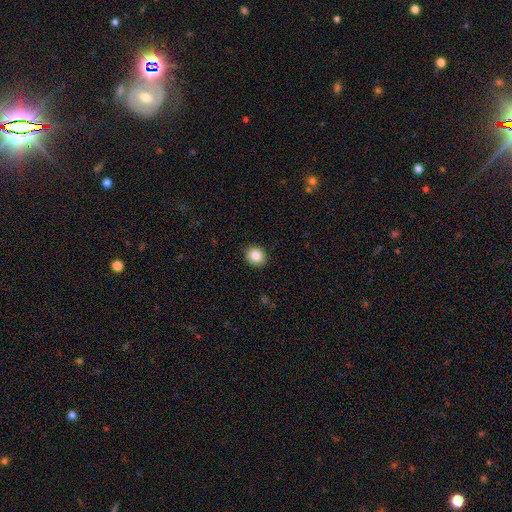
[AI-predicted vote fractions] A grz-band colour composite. It shows a smooth galaxy with no disk features (85%) that is round (73%). Merging: none (91%).